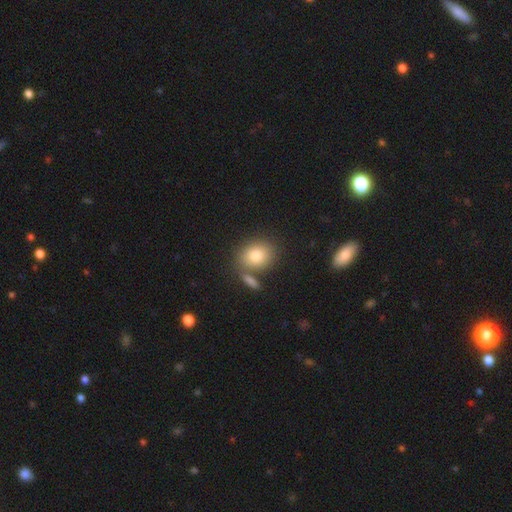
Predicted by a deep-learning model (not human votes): Q: Smooth or featured?
A: smooth (82%); runner-up: featured or disk (9%)
Q: How rounded?
A: in between (50%); runner-up: round (49%)
Q: Merging?
A: none (64%); runner-up: merger (19%)